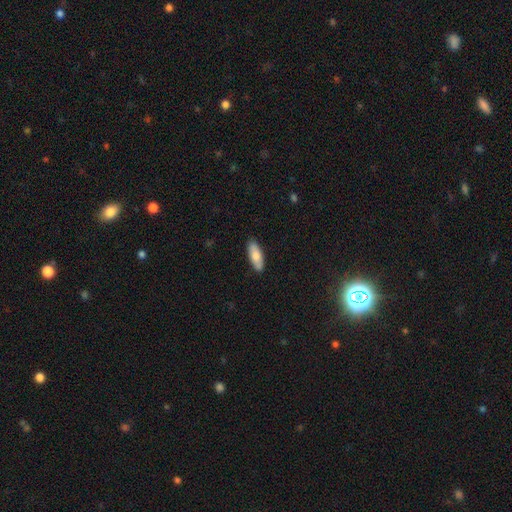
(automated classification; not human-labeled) The model was most divided on "how rounded": in between: 70%, cigar-shaped: 28%, round: 2%. More confident: merging — none (87%); smooth or featured — smooth (77%).